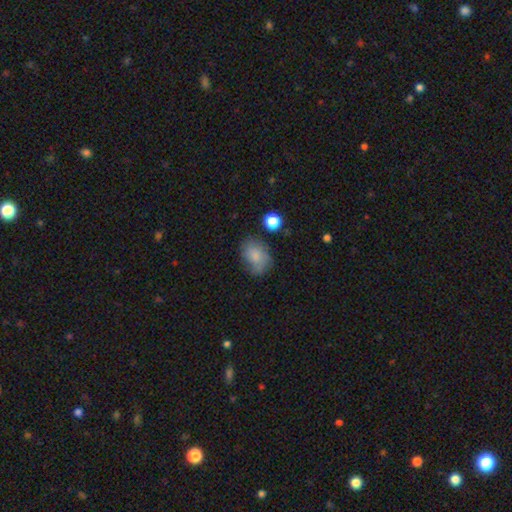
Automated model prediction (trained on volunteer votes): A smooth galaxy with no disk features (77%) that is in between round and cigar-shaped (69%). Merging: none (58%).